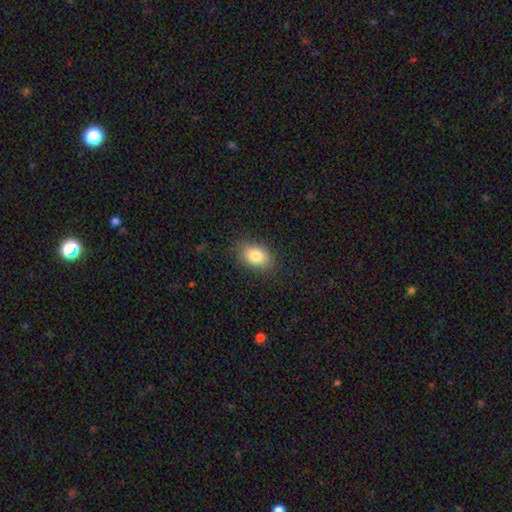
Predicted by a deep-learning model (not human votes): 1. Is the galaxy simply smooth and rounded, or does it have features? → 83% smooth, 8% star or artifact, 8% featured or disk.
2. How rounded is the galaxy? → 83% in between, 15% round, 1% cigar-shaped.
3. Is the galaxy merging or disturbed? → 86% none, 11% minor disturbance, 3% major disturbance, 1% merger.